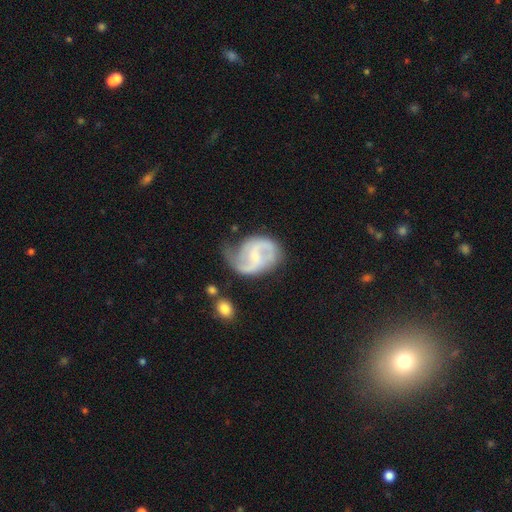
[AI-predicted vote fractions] A featured or disk galaxy (83%) with a weak bar (53%), 2 (85%) medium (48%) spiral arms (94%) and a small central bulge (54%). Merging: none (53%).